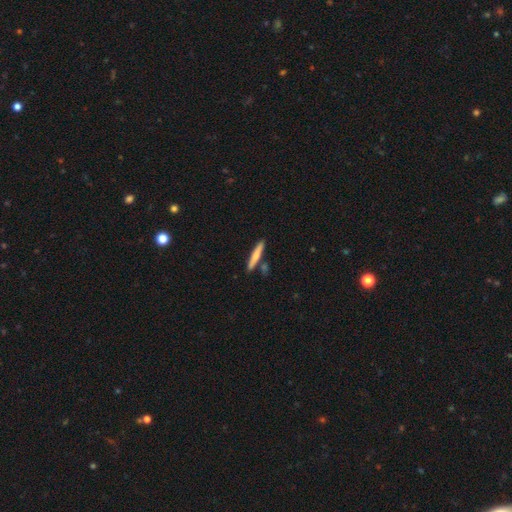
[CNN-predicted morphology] This is likely a smooth galaxy (66%). How rounded: clearly cigar-shaped (94%). Merging: clearly none (81%).